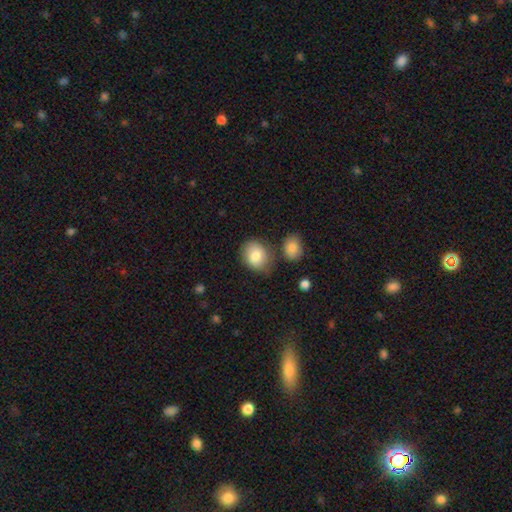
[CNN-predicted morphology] smooth 84%, featured or disk 9%, star or artifact 7%. Down the decision tree: how rounded — round (51%); merging — none (71%).